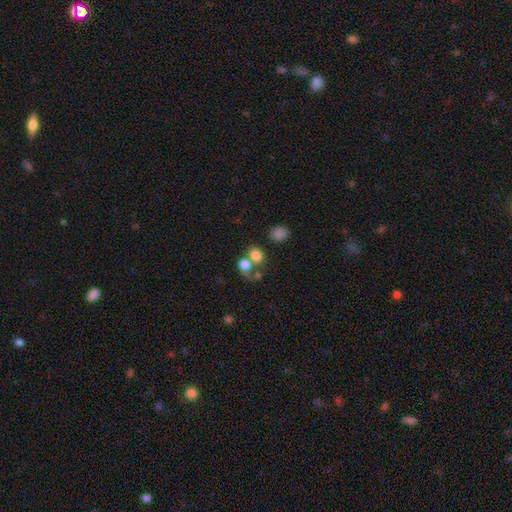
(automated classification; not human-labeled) smooth-or-featured: smooth: 76% | star or artifact: 12% | featured or disk: 12%
  how-rounded: round: 64% | in between: 35% | cigar-shaped: 1%
  merging: merger: 51% | none: 32% | major disturbance: 9% | minor disturbance: 8%